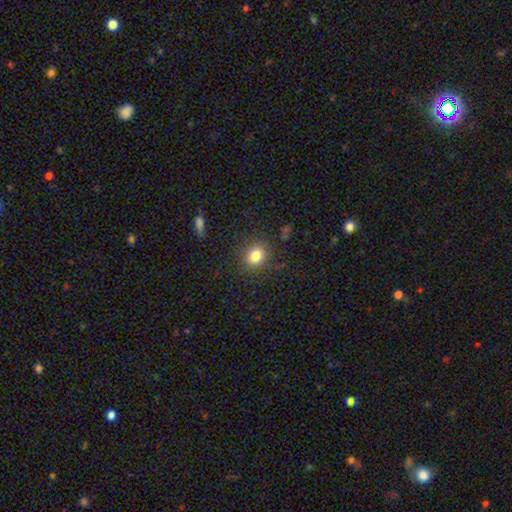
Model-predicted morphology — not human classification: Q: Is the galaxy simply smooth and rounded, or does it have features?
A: smooth — 81%.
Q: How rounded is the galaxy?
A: round — 76%.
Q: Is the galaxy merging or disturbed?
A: none — 86%.